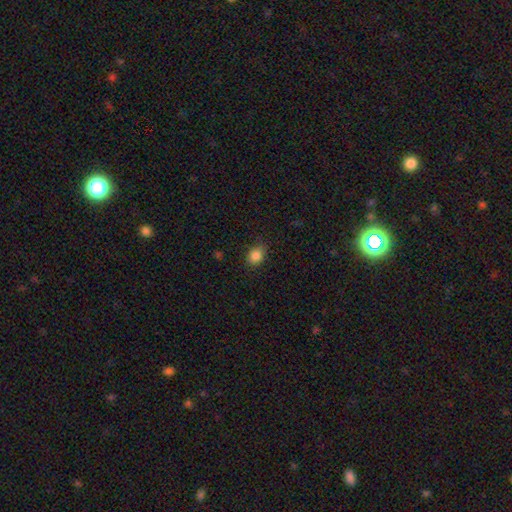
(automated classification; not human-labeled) Overall: smooth (85%). How rounded: in between (56%; round 42%). Merging: none (79%).